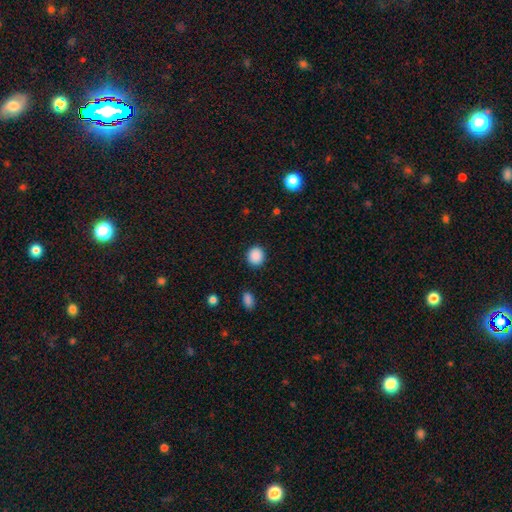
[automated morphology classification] Smooth or featured?
  - smooth: 89% *
  - star or artifact: 9%
  - featured or disk: 2%
How rounded?
  - round: 86% *
  - in between: 13%
  - cigar-shaped: 1%
Merging?
  - none: 90% *
  - minor disturbance: 6%
  - major disturbance: 2%
  - merger: 1%